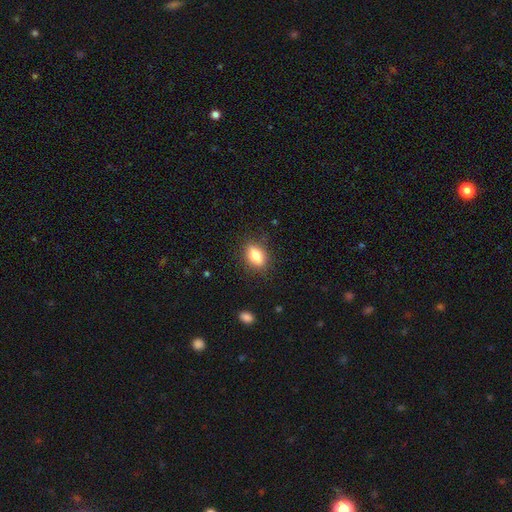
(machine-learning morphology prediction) Q: Smooth or featured?
A: smooth (79%); runner-up: featured or disk (13%)
Q: How rounded?
A: in between (80%); runner-up: round (15%)
Q: Merging?
A: none (83%); runner-up: minor disturbance (12%)